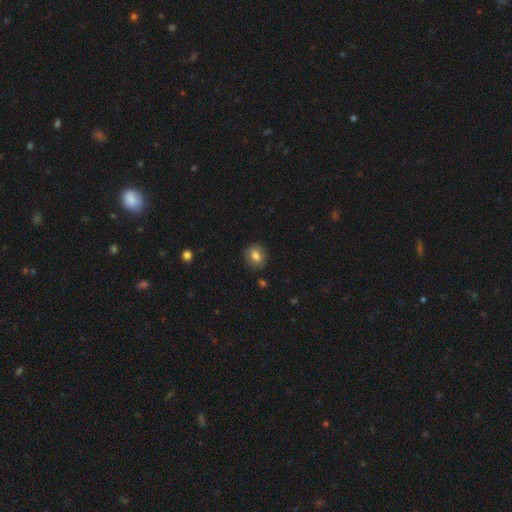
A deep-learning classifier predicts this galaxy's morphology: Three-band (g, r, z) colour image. It shows a smooth galaxy with no disk features (79%) that is round (61%). Merging: none (85%).